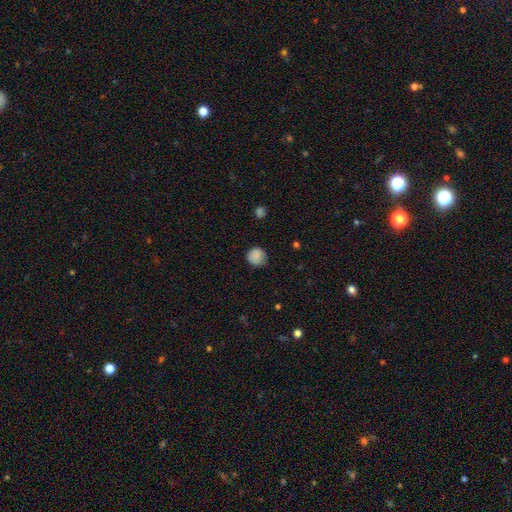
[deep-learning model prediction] This appears to be a smooth galaxy with no disk features (86%) that is round (89%). Merging: none (76%).